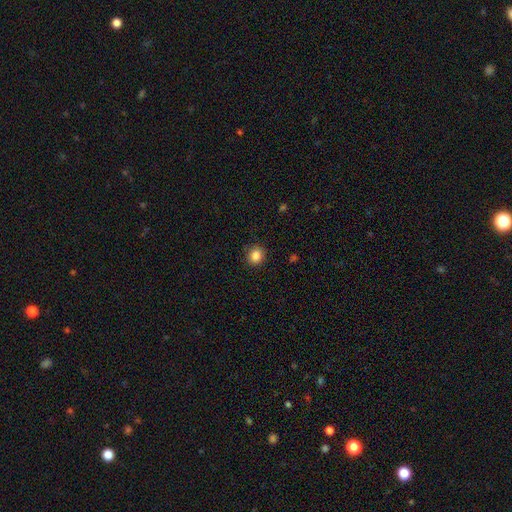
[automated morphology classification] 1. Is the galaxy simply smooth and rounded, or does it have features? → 86% smooth, 10% star or artifact, 4% featured or disk.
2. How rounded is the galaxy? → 86% round, 13% in between, 1% cigar-shaped.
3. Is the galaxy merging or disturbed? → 89% none, 7% minor disturbance, 2% major disturbance, 1% merger.